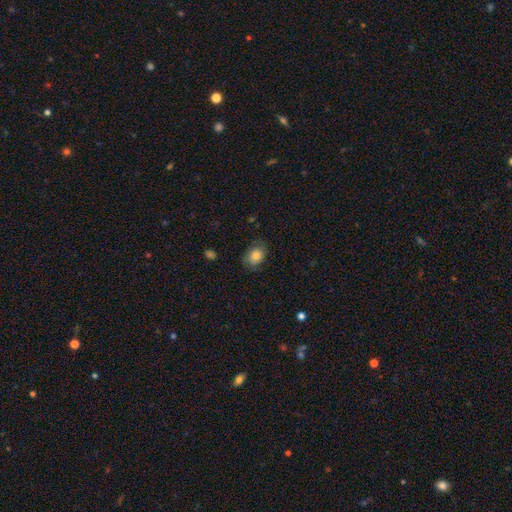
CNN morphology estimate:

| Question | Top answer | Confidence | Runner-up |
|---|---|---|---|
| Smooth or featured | smooth | 79% | featured or disk (13%) |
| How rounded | in between | 69% | round (30%) |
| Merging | none | 72% | minor disturbance (21%) |